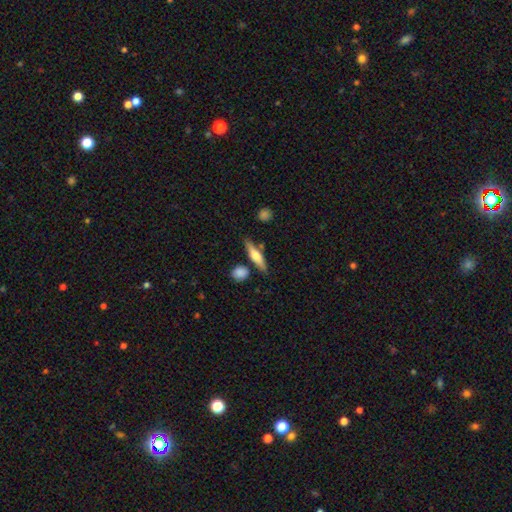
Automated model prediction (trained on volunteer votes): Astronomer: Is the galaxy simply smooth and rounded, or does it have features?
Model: smooth — 54% (runner-up: featured or disk, 40%).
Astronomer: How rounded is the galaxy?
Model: cigar-shaped — 72%.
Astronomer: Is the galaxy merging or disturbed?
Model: none — 78%.